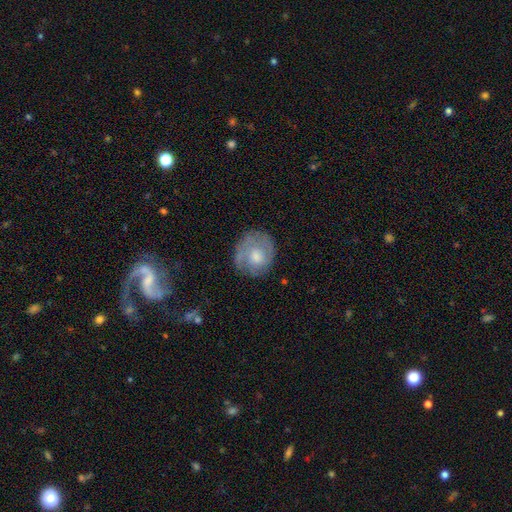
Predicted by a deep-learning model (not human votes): Smooth or featured: smooth — 51% (featured or disk — 42%)
How rounded: round — 77% (in between — 22%)
Merging: none — 67% (minor disturbance — 21%)